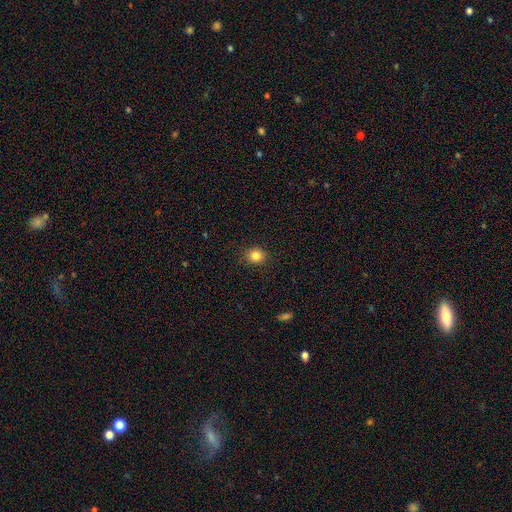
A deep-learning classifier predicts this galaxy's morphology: Smooth or featured: smooth — 84% (star or artifact — 11%)
How rounded: round — 78% (in between — 21%)
Merging: none — 88% (minor disturbance — 8%)